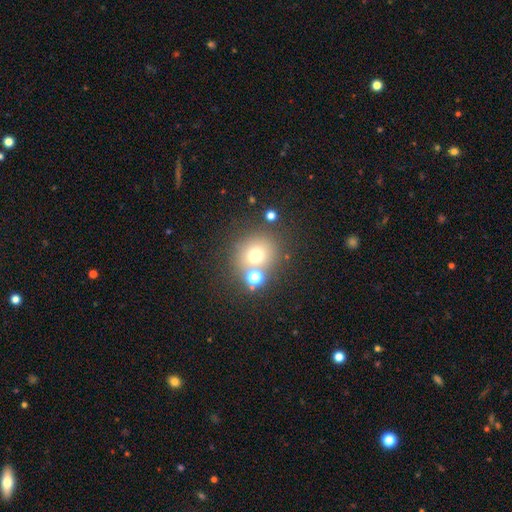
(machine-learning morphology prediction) Smooth or featured: smooth — 68% (star or artifact — 20%)
How rounded: round — 87% (in between — 12%)
Merging: none — 67% (merger — 19%)